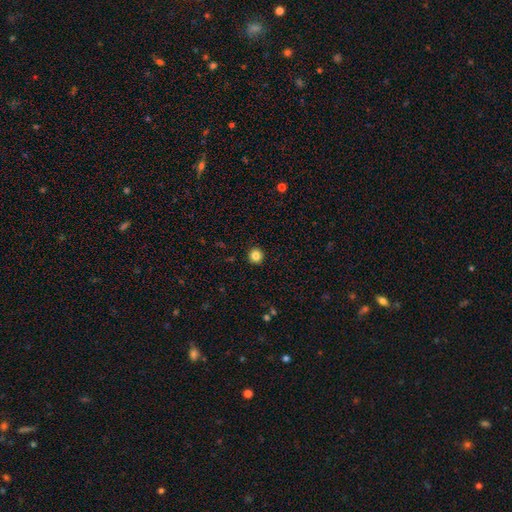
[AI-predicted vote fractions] A smooth galaxy with no disk features (84%) that is round (94%).

Vote fractions:
- Smooth or featured? smooth: 84% / star or artifact: 11% / featured or disk: 5%
- How rounded? round: 94% / in between: 5% / cigar-shaped: 1%
- Merging? none: 93% / minor disturbance: 5% / major disturbance: 1% / merger: 1%